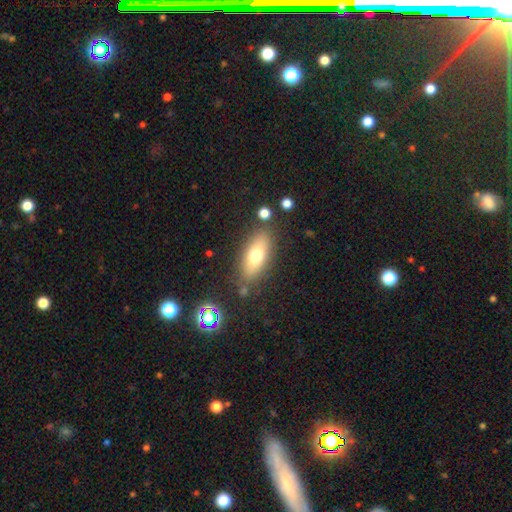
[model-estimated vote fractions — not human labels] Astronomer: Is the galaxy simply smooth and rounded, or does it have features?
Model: smooth — 69%.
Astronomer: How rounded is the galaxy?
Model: in between — 76%.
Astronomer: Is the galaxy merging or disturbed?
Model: none — 80%.